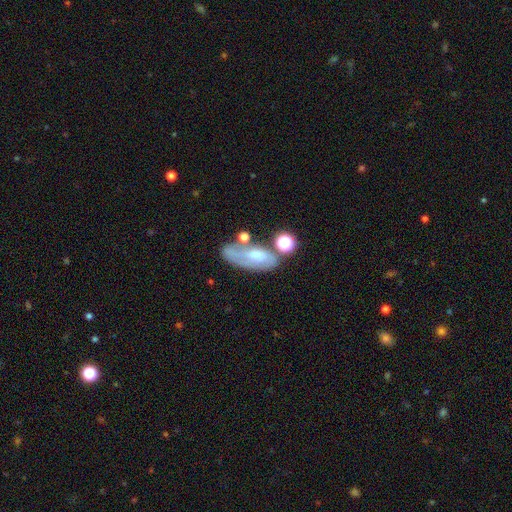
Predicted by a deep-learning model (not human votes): Overall: featured or disk (45%; smooth 43%). Merging: none (40%; minor disturbance 24%).